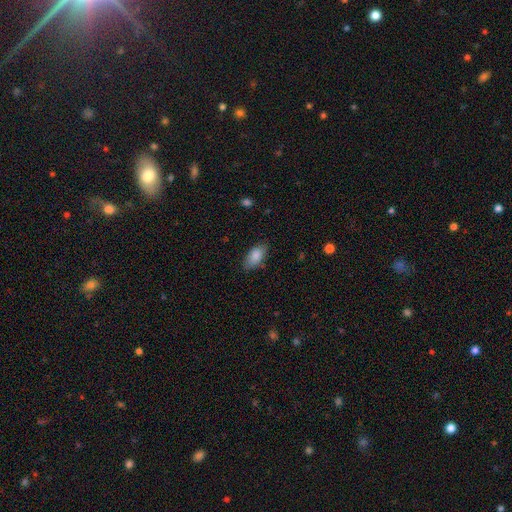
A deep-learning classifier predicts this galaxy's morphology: type=smooth (85%); roundness=in between (92%); merging=none (79%).